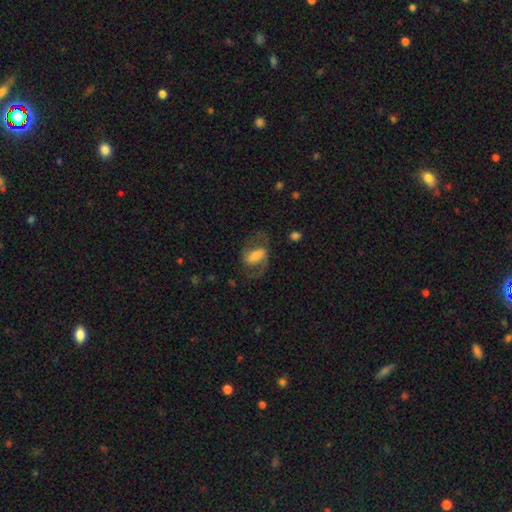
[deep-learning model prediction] Smooth or featured? Predicted: featured or disk (p=0.63). Edge-on disk? Predicted: no (p=0.95). Bar? Predicted: strong (p=0.42). Spiral arms? Predicted: yes (p=0.83). Spiral winding? Predicted: medium (p=0.53). Spiral arm count? Predicted: 2 (p=0.87). Bulge size? Predicted: moderate (p=0.42). Merging? Predicted: none (p=0.64).